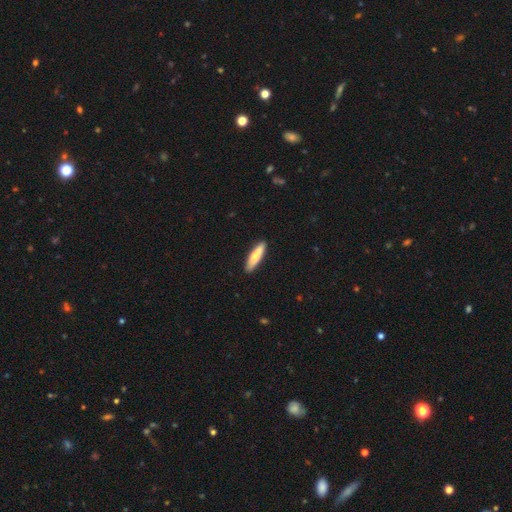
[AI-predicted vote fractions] This is likely a smooth galaxy (75%). How rounded: likely cigar-shaped (80%). Merging: clearly none (90%).